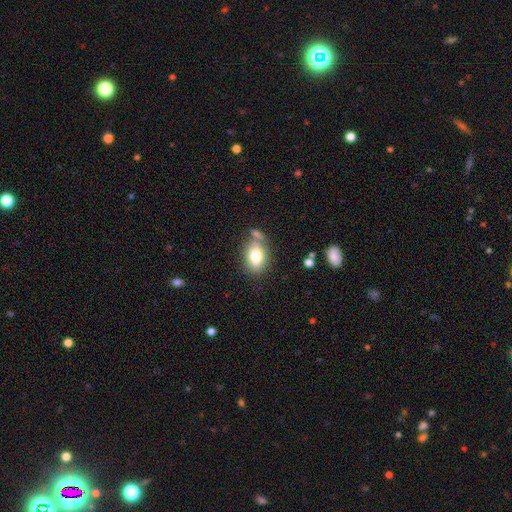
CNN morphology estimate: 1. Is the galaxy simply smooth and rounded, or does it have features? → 78% smooth, 14% featured or disk, 9% star or artifact.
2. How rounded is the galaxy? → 79% in between, 19% round, 2% cigar-shaped.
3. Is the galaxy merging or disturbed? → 61% none, 17% minor disturbance, 16% merger, 6% major disturbance.